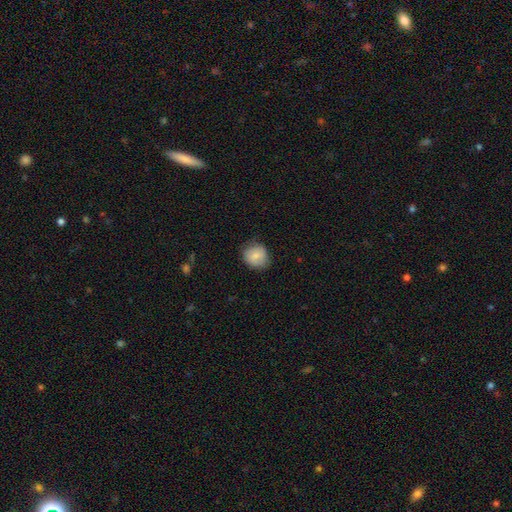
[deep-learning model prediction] This appears to be a smooth galaxy with no disk features (82%) that is round (76%). Merging: none (75%).